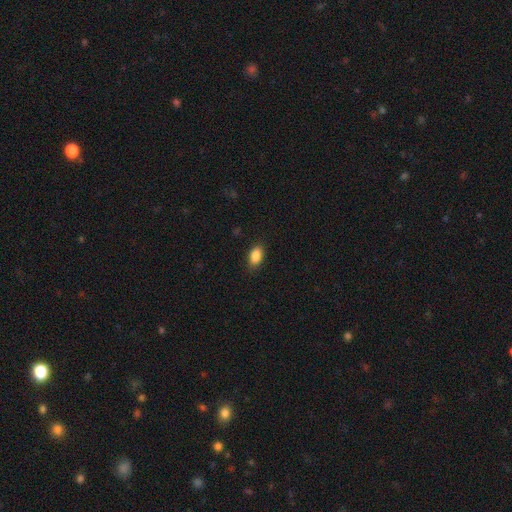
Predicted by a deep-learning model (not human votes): This is clearly a smooth galaxy (87%). How rounded: clearly in between (89%). Merging: clearly none (85%).